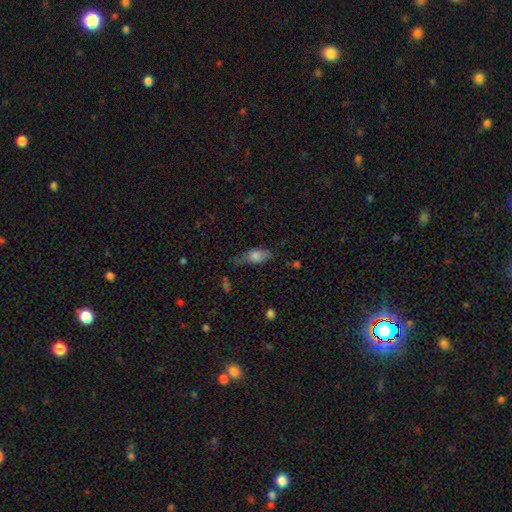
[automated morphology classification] Smooth or featured: smooth — 70% (featured or disk — 21%)
How rounded: in between — 78% (cigar-shaped — 15%)
Merging: none — 51% (minor disturbance — 32%)